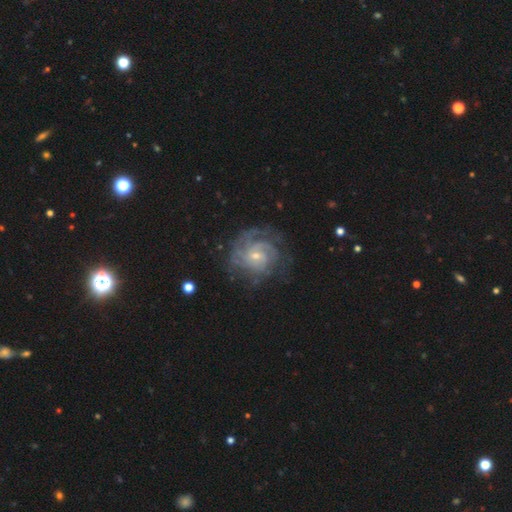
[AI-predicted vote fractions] Smooth or featured? Predicted: featured or disk (p=0.86). Edge-on disk? Predicted: no (p=0.98). Bar? Predicted: no (p=0.59). Spiral arms? Predicted: yes (p=0.95). Spiral winding? Predicted: tight (p=0.65). Spiral arm count? Predicted: can't tell (p=0.36). Bulge size? Predicted: small (p=0.69). Merging? Predicted: none (p=0.68).